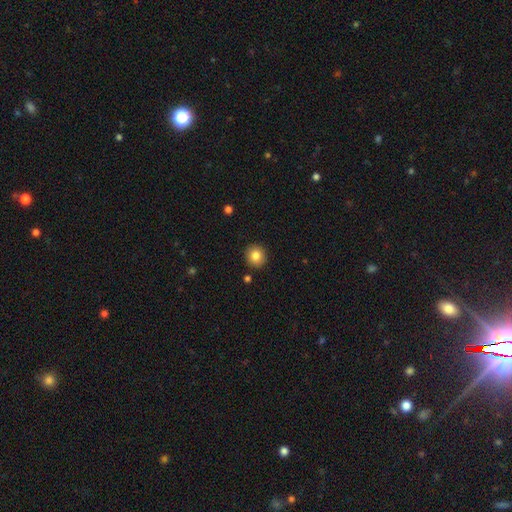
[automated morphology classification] Smooth or featured? smooth (83%)
How rounded? round (91%)
Merging? none (92%)